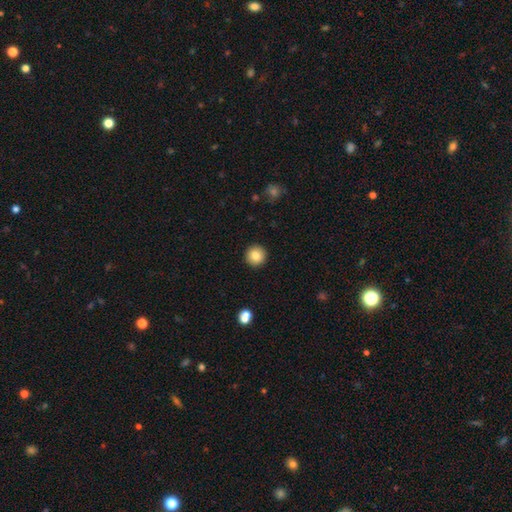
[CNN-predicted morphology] This appears to be a smooth galaxy with no disk features (84%) that is round (96%). Merging: none (93%).